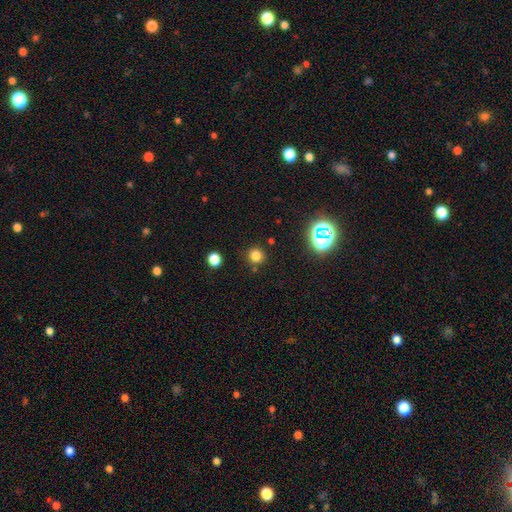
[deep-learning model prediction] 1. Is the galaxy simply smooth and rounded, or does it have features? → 77% smooth, 18% star or artifact, 5% featured or disk.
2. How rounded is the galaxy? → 93% round, 6% in between, 1% cigar-shaped.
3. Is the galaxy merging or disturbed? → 86% none, 7% minor disturbance, 5% merger, 3% major disturbance.